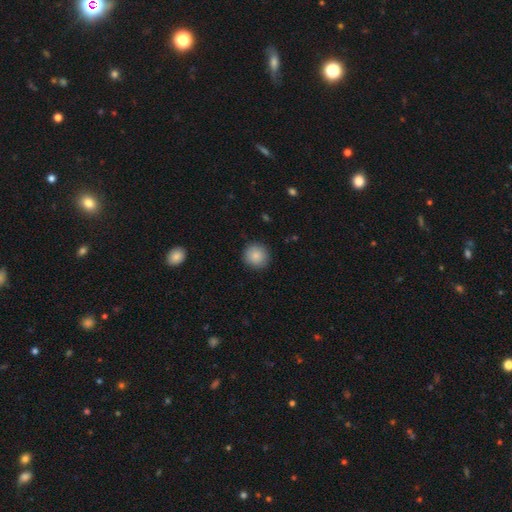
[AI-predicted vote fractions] Smooth or featured? Predicted: smooth (p=0.87). How rounded? Predicted: round (p=0.93). Merging? Predicted: none (p=0.89).